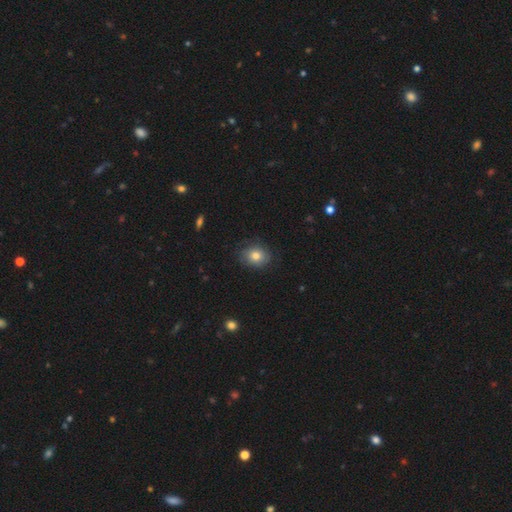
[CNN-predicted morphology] Smooth or featured? Predicted: smooth (p=0.78). How rounded? Predicted: round (p=0.55). Merging? Predicted: none (p=0.80).